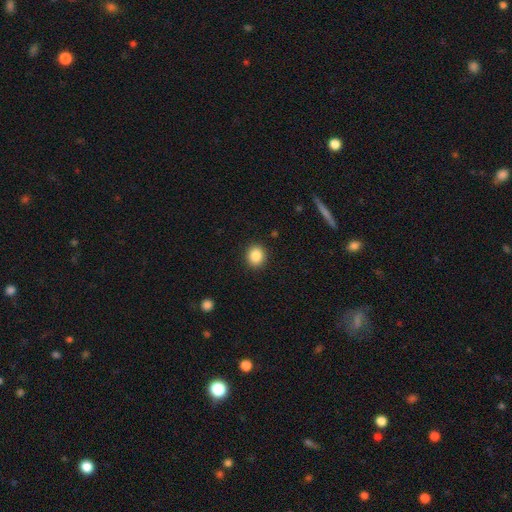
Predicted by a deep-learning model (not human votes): Smooth or featured: smooth — 87% (star or artifact — 9%)
How rounded: round — 70% (in between — 30%)
Merging: none — 90% (minor disturbance — 6%)